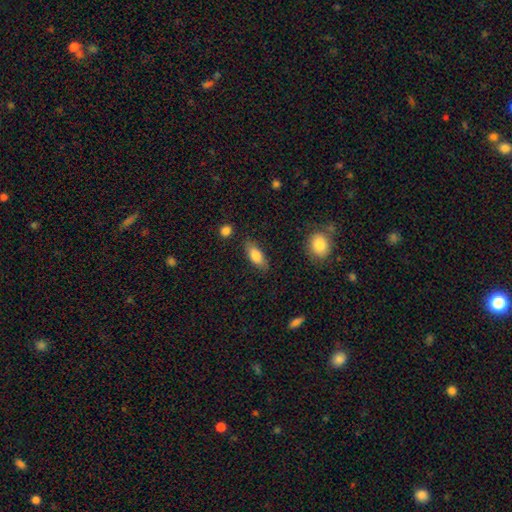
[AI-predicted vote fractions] smooth-or-featured: smooth: 80% | featured or disk: 13% | star or artifact: 7%
  how-rounded: in between: 81% | cigar-shaped: 16% | round: 3%
  merging: none: 81% | minor disturbance: 13% | major disturbance: 3% | merger: 2%